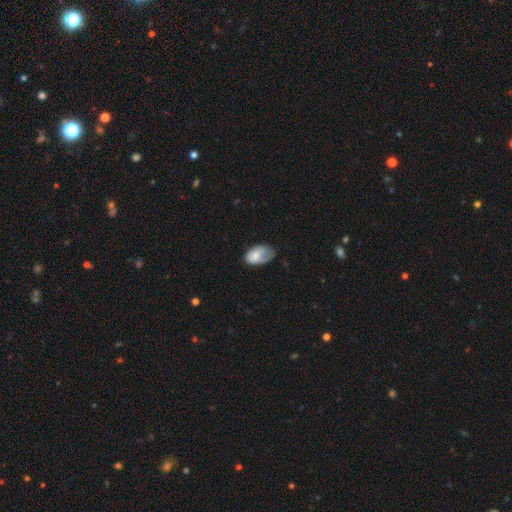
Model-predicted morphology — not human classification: Smooth or featured? smooth (71%)
How rounded? in between (92%)
Merging? minor disturbance (38%)